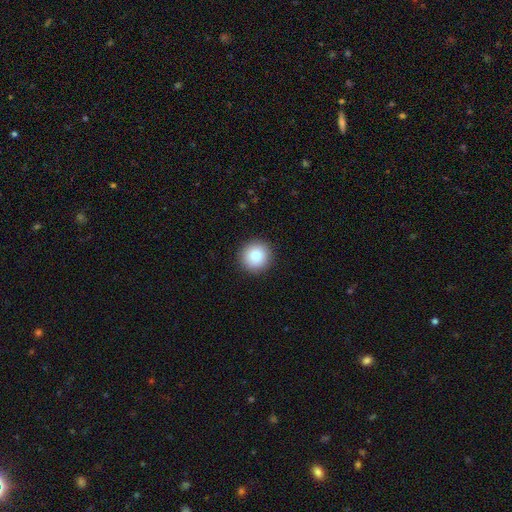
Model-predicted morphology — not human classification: Q: Smooth or featured?
A: smooth (86%); runner-up: star or artifact (9%)
Q: How rounded?
A: round (94%); runner-up: in between (5%)
Q: Merging?
A: none (92%); runner-up: minor disturbance (5%)